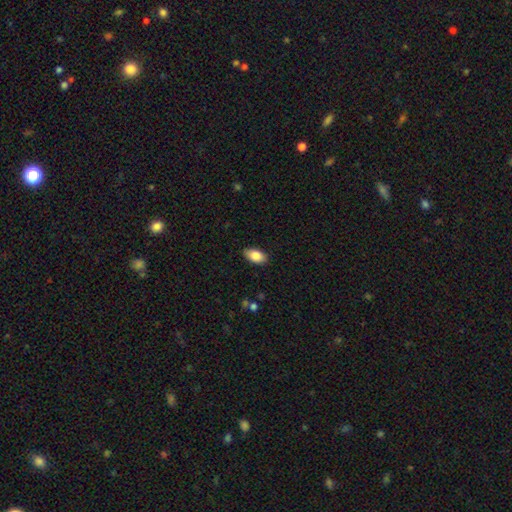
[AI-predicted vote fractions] This is clearly a smooth galaxy (86%). How rounded: clearly in between (93%). Merging: clearly none (86%).